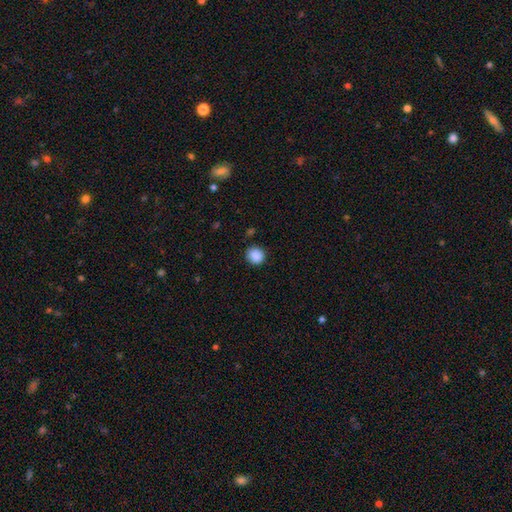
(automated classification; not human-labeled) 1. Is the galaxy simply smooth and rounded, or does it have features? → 89% smooth, 9% star or artifact, 3% featured or disk.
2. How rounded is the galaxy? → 86% round, 13% in between, 1% cigar-shaped.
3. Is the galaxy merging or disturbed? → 88% none, 9% minor disturbance, 2% major disturbance, 1% merger.